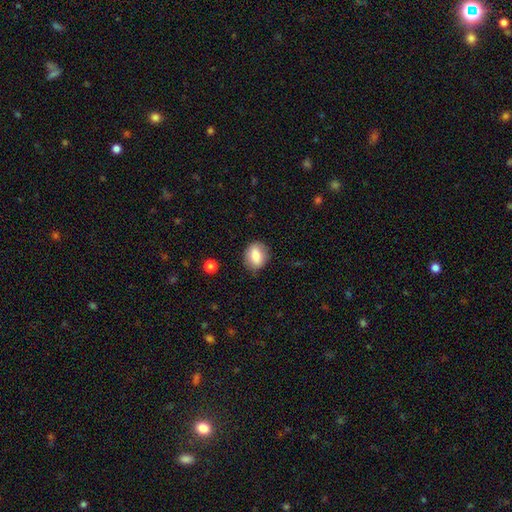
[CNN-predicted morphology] smooth 81%, featured or disk 11%, star or artifact 8%. Down the decision tree: how rounded — in between (58%); merging — none (82%).